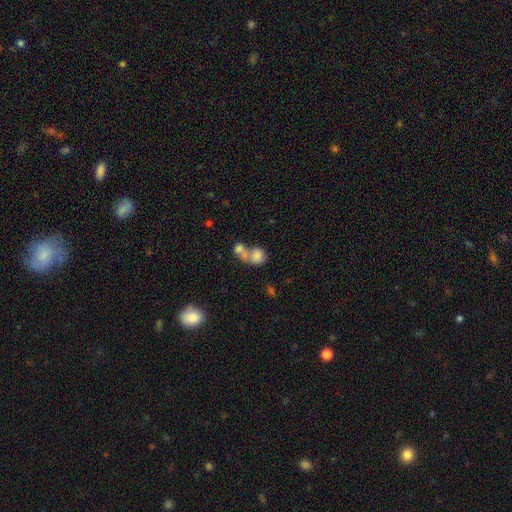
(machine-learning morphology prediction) Smooth or featured: smooth — 76% (featured or disk — 15%)
How rounded: round — 65% (in between — 34%)
Merging: merger — 68% (none — 21%)